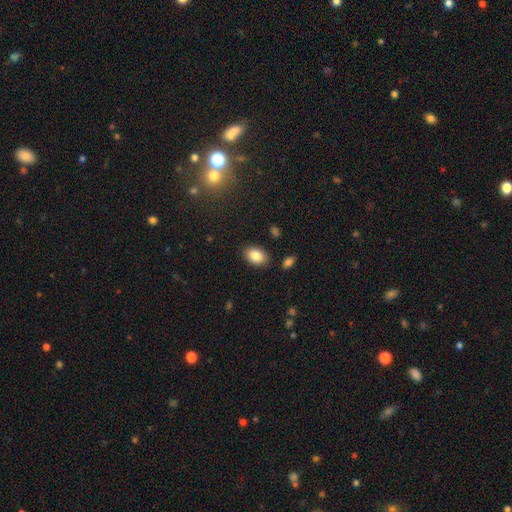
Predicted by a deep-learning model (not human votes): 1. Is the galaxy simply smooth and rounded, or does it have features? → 85% smooth, 8% star or artifact, 7% featured or disk.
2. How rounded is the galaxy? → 86% in between, 13% round, 1% cigar-shaped.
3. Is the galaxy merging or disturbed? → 86% none, 9% minor disturbance, 2% major disturbance, 2% merger.